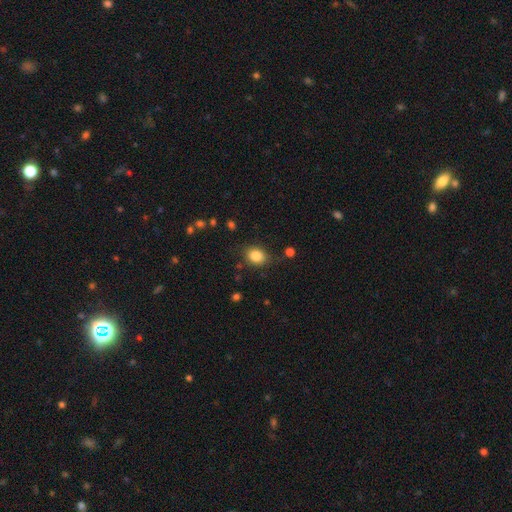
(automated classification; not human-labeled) Smooth or featured? smooth (85%)
How rounded? in between (57%)
Merging? none (79%)